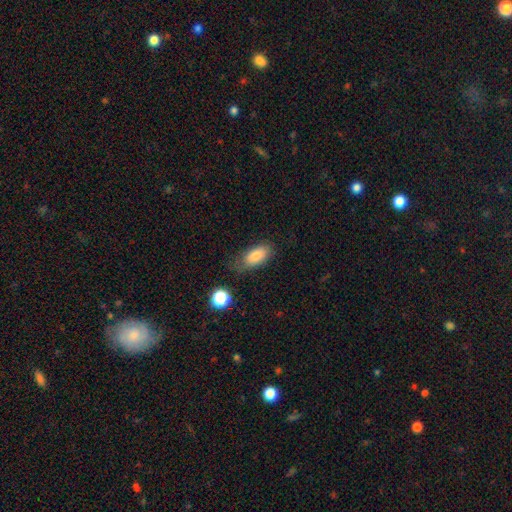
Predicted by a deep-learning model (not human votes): This is clearly a smooth galaxy (82%). How rounded: clearly in between (88%). Merging: likely none (66%).